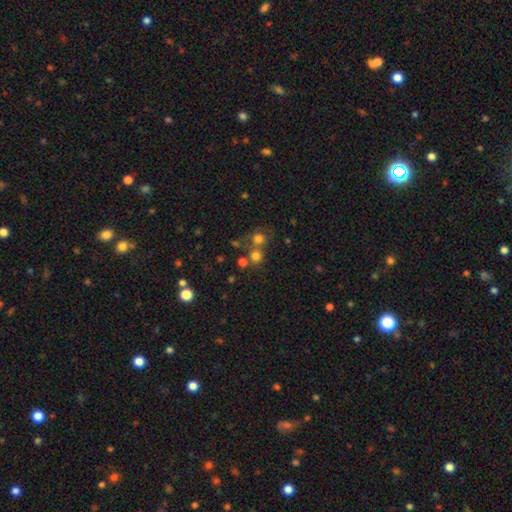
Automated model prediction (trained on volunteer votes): Morphology: type=smooth (70%); roundness=round (90%); merging=none (57%).